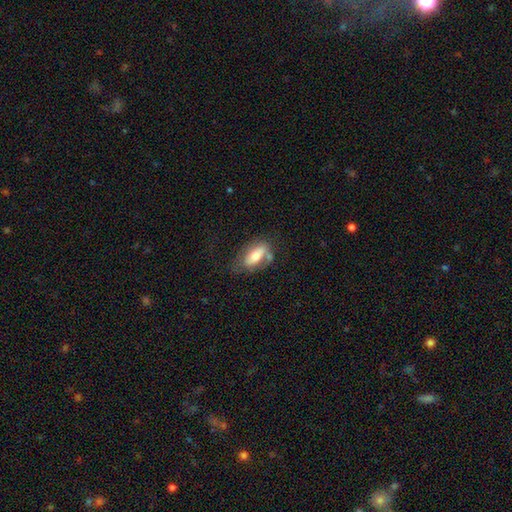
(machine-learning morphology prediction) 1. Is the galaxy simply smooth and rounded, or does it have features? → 62% smooth, 31% featured or disk, 7% star or artifact.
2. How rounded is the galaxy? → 83% in between, 14% cigar-shaped, 3% round.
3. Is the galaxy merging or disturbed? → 53% none, 25% minor disturbance, 12% major disturbance, 10% merger.